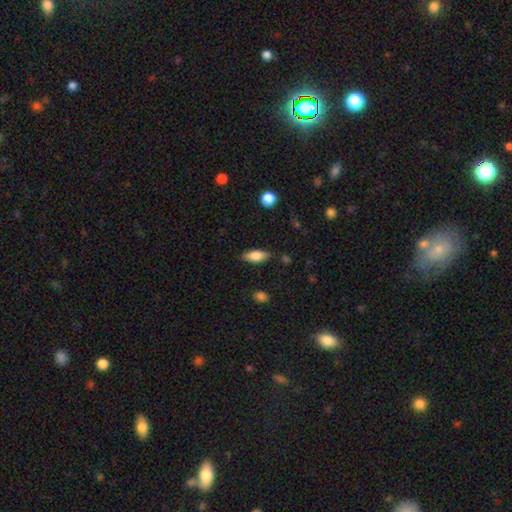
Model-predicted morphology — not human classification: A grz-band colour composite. It shows a smooth galaxy with no disk features (81%) that is in between round and cigar-shaped (83%). Merging: none (83%).